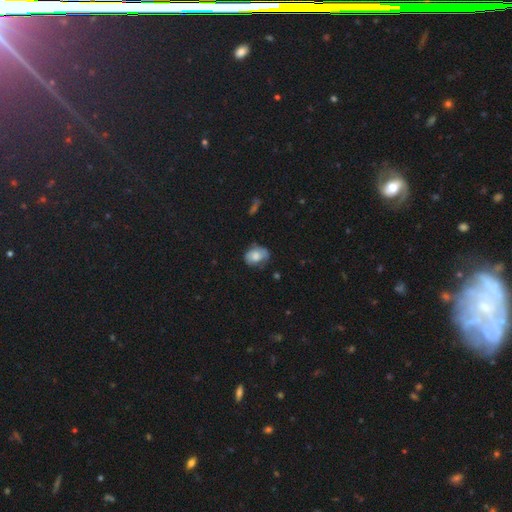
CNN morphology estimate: Overall: smooth (62%; featured or disk 29%). How rounded: in between (65%; round 34%). Merging: none (54%; minor disturbance 32%).